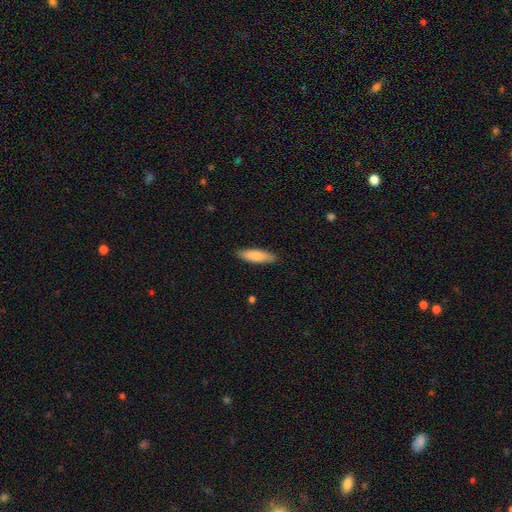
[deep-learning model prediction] Smooth or featured? smooth (84%)
How rounded? cigar-shaped (56%)
Merging? none (88%)